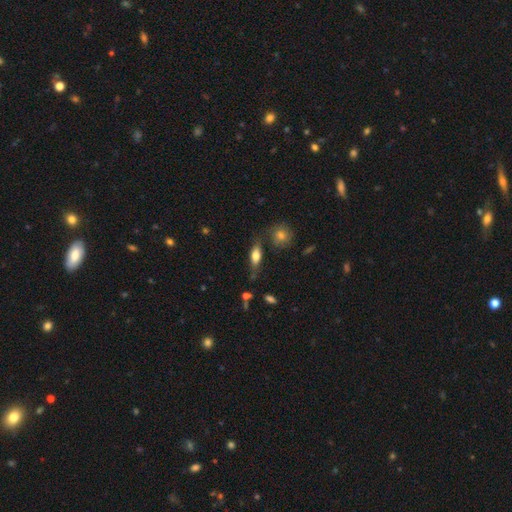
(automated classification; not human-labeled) Smooth or featured? smooth (68%)
How rounded? in between (69%)
Merging? none (65%)